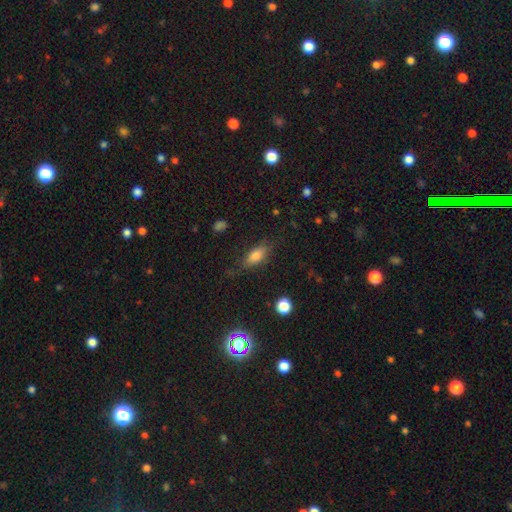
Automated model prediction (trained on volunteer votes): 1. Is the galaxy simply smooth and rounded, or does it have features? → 75% smooth, 16% featured or disk, 9% star or artifact.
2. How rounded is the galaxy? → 78% in between, 17% cigar-shaped, 5% round.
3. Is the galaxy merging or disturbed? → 71% none, 19% minor disturbance, 8% major disturbance, 2% merger.